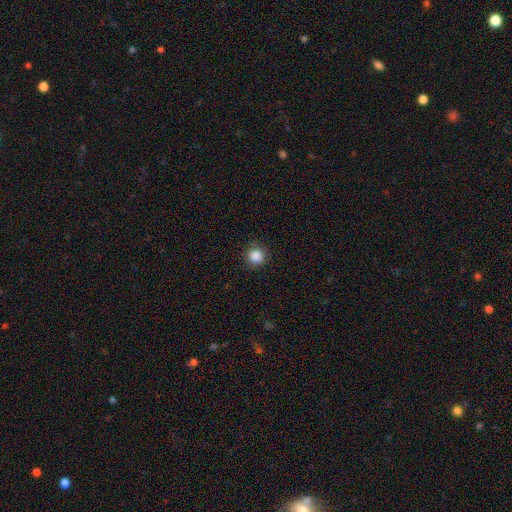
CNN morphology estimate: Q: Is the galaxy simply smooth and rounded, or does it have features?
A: smooth — 87%.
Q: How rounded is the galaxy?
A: round — 94%.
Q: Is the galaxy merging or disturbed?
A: none — 89%.